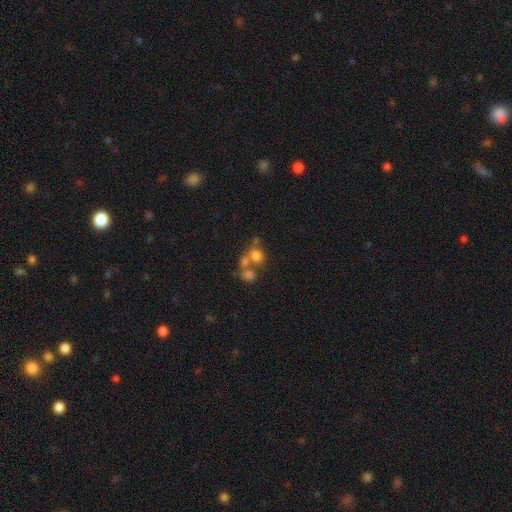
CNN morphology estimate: This is likely a smooth galaxy (69%). How rounded: likely round (72%). Merging: possibly merger (46%).